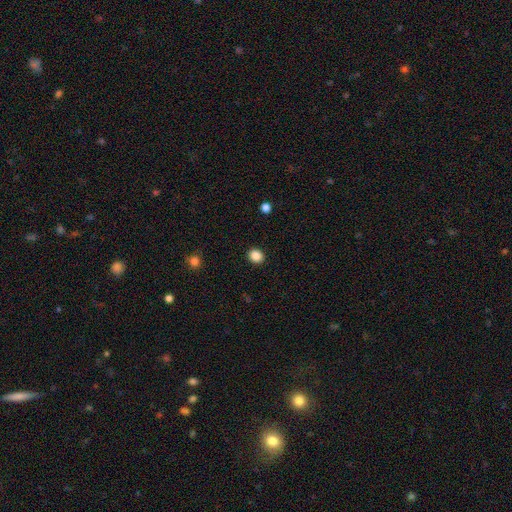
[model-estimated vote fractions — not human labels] This appears to be a smooth galaxy with no disk features (87%) that is round (71%). Merging: none (91%).